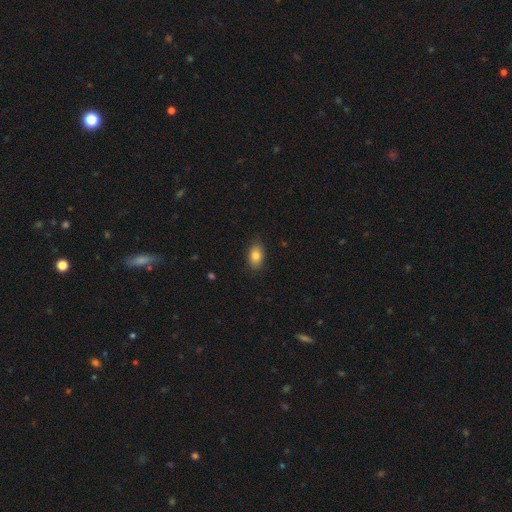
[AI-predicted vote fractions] Smooth or featured? smooth (83%)
How rounded? in between (88%)
Merging? none (86%)